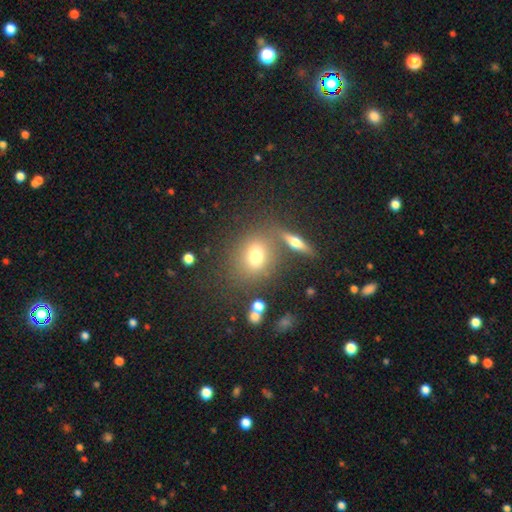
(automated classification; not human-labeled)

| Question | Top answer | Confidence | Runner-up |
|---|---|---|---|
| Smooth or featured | smooth | 70% | featured or disk (16%) |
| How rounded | round | 52% | in between (45%) |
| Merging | none | 67% | merger (15%) |